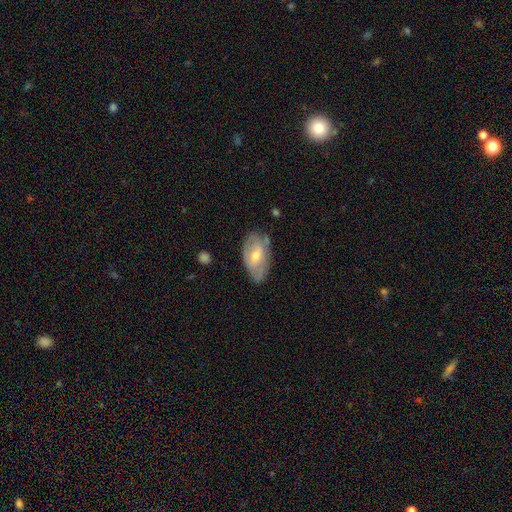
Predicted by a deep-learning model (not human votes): A smooth galaxy with no disk features (50%). Merging: none (64%).